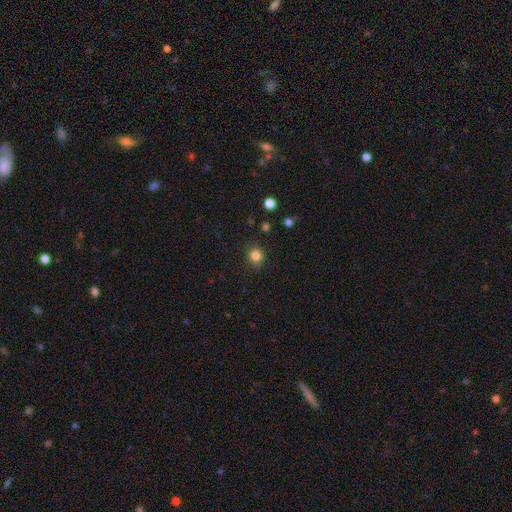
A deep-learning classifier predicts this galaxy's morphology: Smooth or featured? smooth (82%)
How rounded? round (85%)
Merging? none (87%)